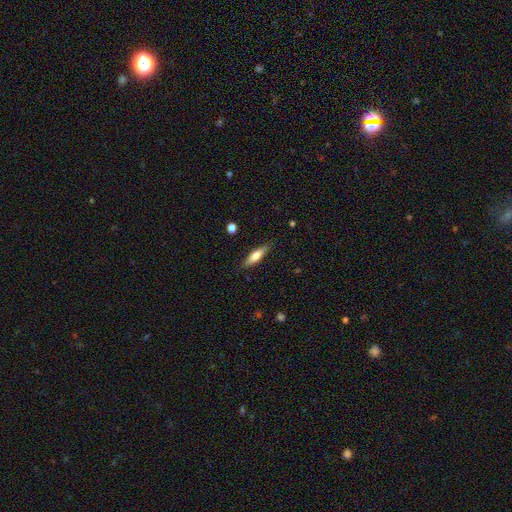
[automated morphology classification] Smooth or featured?
  - smooth: 57% *
  - featured or disk: 37%
  - star or artifact: 6%
How rounded?
  - cigar-shaped: 65% *
  - in between: 33%
  - round: 2%
Merging?
  - none: 86% *
  - minor disturbance: 10%
  - major disturbance: 2%
  - merger: 1%